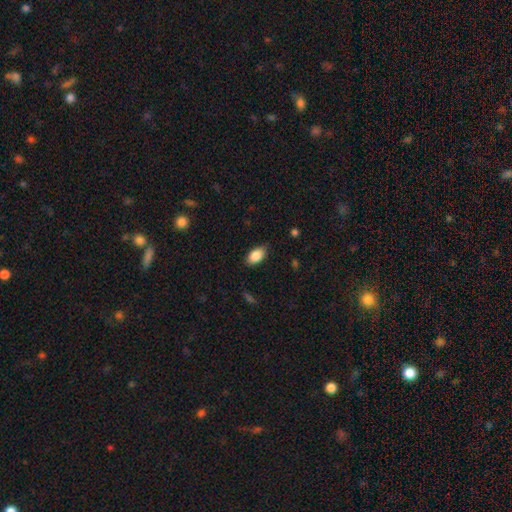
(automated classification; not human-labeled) smooth_or_featured: smooth (p=0.86) [alt: star or artifact p=0.07]
how_rounded: in between (p=0.91) [alt: round p=0.06]
merging: none (p=0.81) [alt: minor disturbance p=0.15]